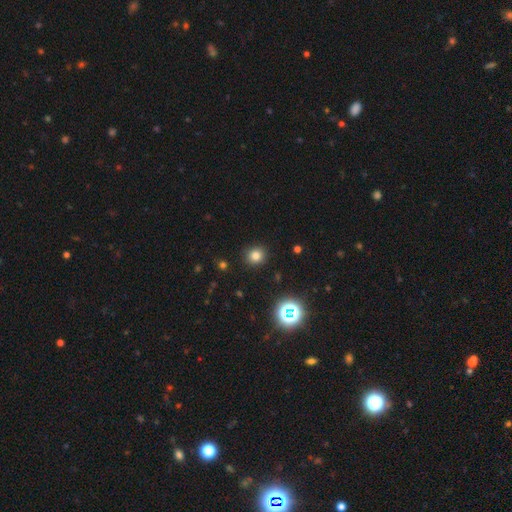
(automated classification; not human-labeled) The model was most divided on "smooth or featured": smooth: 77%, star or artifact: 17%, featured or disk: 6%. More confident: merging — none (90%); how rounded — round (85%).